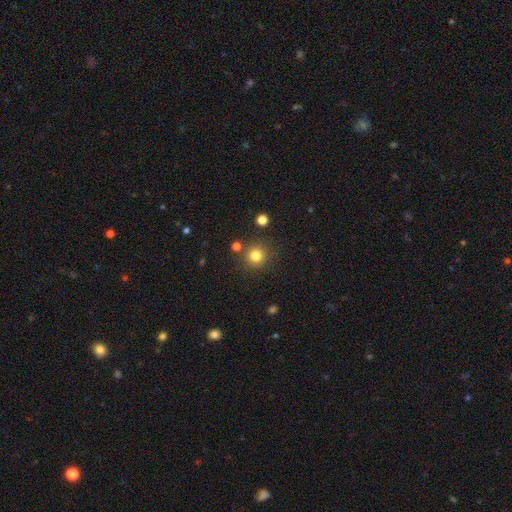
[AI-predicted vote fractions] smooth-or-featured: smooth: 80% | star or artifact: 14% | featured or disk: 6%
  how-rounded: round: 94% | in between: 5% | cigar-shaped: 1%
  merging: none: 84% | minor disturbance: 8% | merger: 6% | major disturbance: 3%